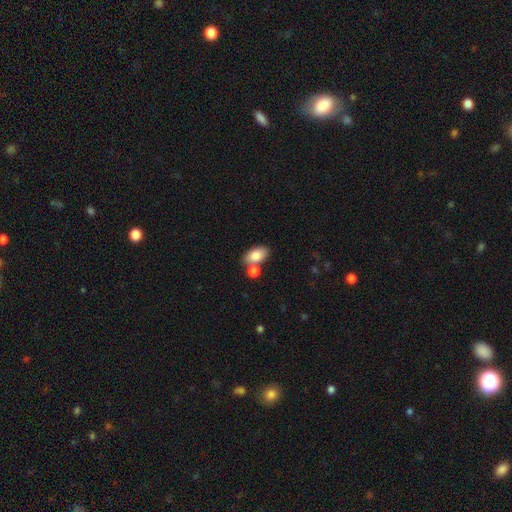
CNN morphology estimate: Smooth or featured? Predicted: smooth (p=0.83). How rounded? Predicted: in between (p=0.91). Merging? Predicted: none (p=0.56).